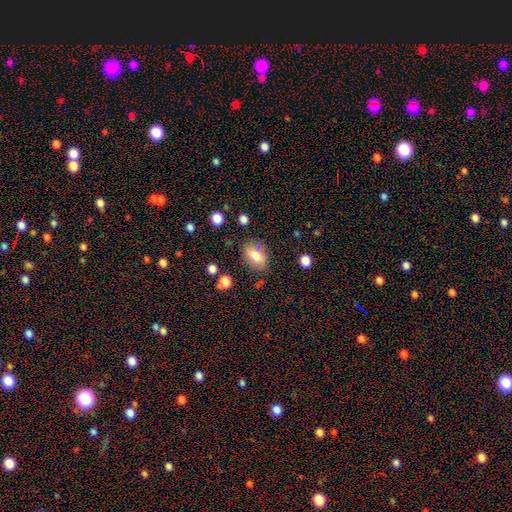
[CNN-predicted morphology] smooth-or-featured: smooth: 74% | featured or disk: 16% | star or artifact: 10%
  how-rounded: in between: 76% | round: 22% | cigar-shaped: 2%
  merging: none: 75% | minor disturbance: 16% | major disturbance: 5% | merger: 4%